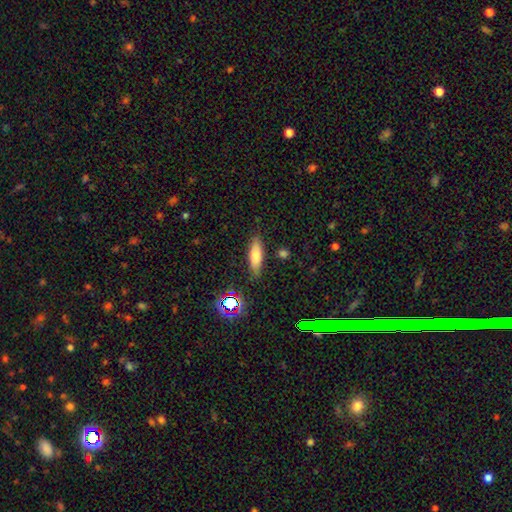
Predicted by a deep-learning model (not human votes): Overall: smooth (74%). How rounded: in between (51%; cigar-shaped 46%). Merging: none (83%).